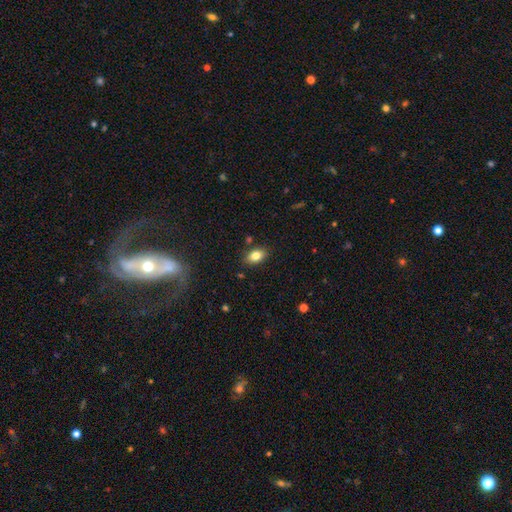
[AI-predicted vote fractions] Smooth or featured?
  - smooth: 81% *
  - featured or disk: 10%
  - star or artifact: 9%
How rounded?
  - in between: 87% *
  - round: 11%
  - cigar-shaped: 2%
Merging?
  - none: 85% *
  - minor disturbance: 10%
  - merger: 3%
  - major disturbance: 2%